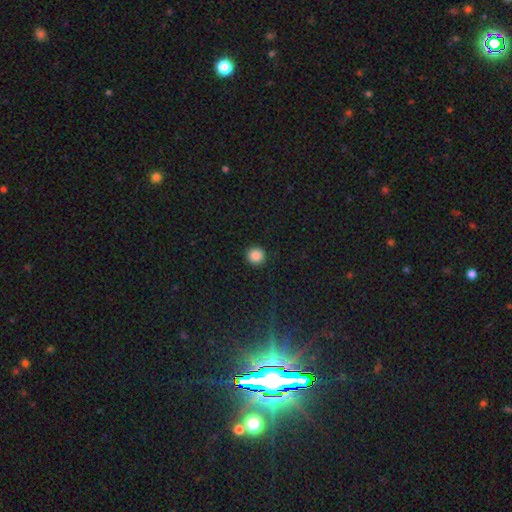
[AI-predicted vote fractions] Smooth or featured? Predicted: smooth (p=0.87). How rounded? Predicted: round (p=0.95). Merging? Predicted: none (p=0.93).